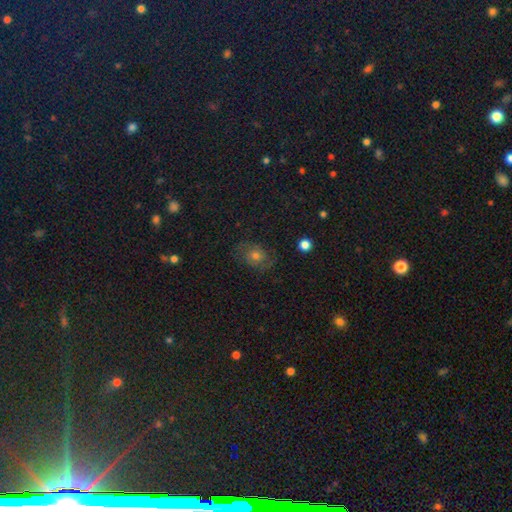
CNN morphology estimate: A featured or disk galaxy (46%).

Vote fractions:
- Smooth or featured? featured or disk: 46% / smooth: 32% / star or artifact: 21%
- Merging? none: 75% / minor disturbance: 16% / major disturbance: 8% / merger: 1%